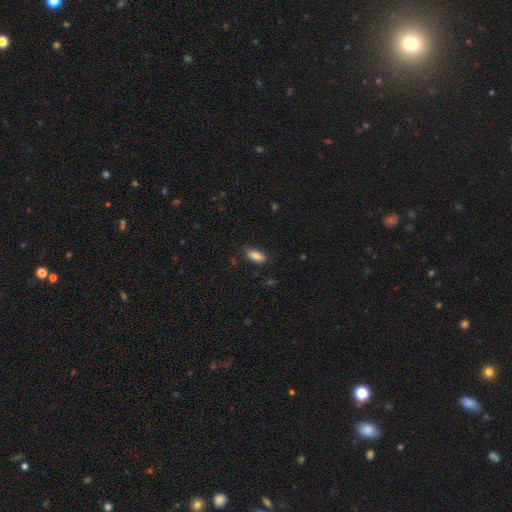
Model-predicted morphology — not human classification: smooth-or-featured: smooth: 85% | featured or disk: 7% | star or artifact: 7%
  how-rounded: in between: 84% | cigar-shaped: 14% | round: 2%
  merging: none: 79% | minor disturbance: 17% | major disturbance: 3% | merger: 1%